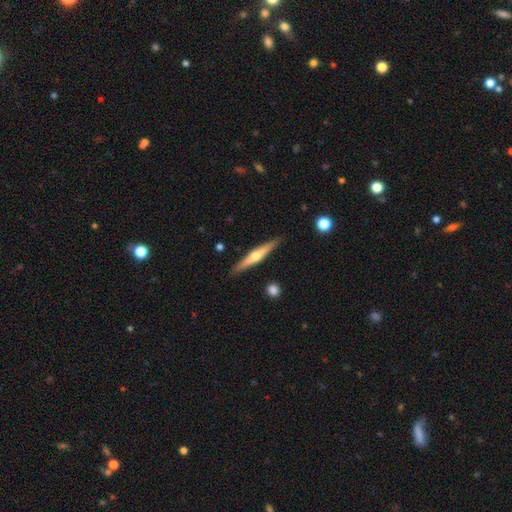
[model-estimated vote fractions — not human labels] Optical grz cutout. It shows a featured or disk galaxy (65%) viewed edge-on (97%) with a rounded central bulge (91%). Merging: none (89%).